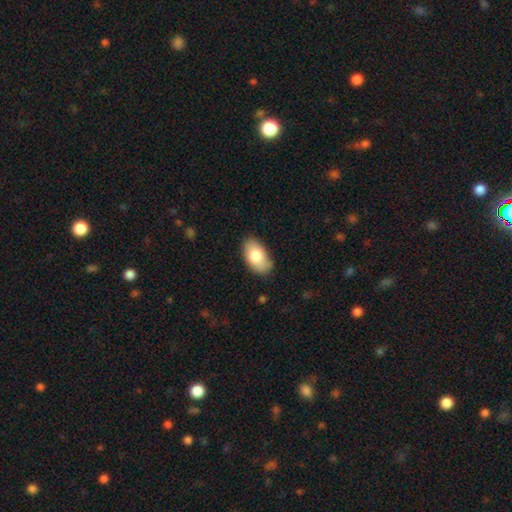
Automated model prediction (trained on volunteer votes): This appears to be a smooth galaxy with no disk features (80%) that is in between round and cigar-shaped (94%). Merging: none (78%).